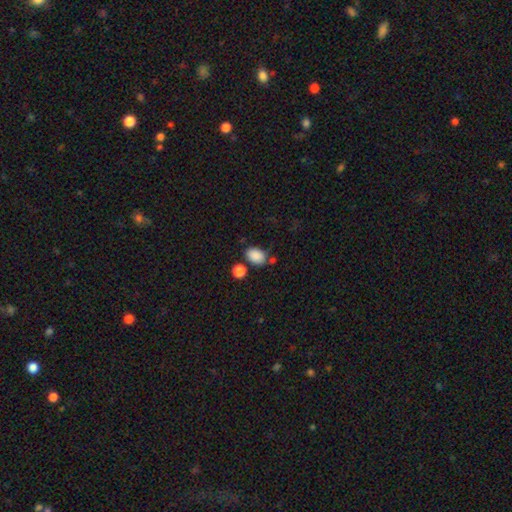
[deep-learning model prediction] Q: Smooth or featured?
A: smooth (87%); runner-up: star or artifact (9%)
Q: How rounded?
A: in between (81%); runner-up: round (18%)
Q: Merging?
A: none (70%); runner-up: minor disturbance (15%)